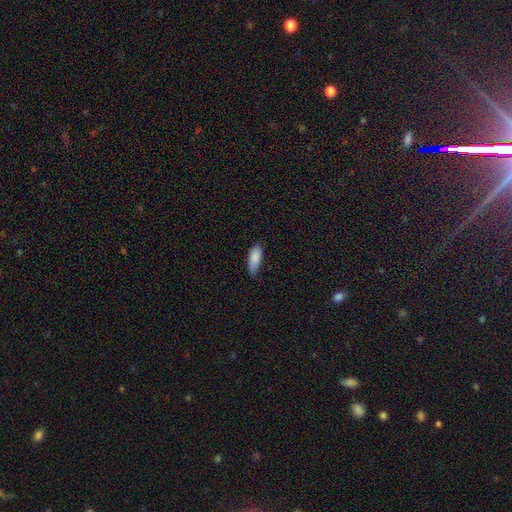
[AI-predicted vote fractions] smooth 87%, featured or disk 7%, star or artifact 7%. Down the decision tree: how rounded — in between (73%); merging — none (62%).